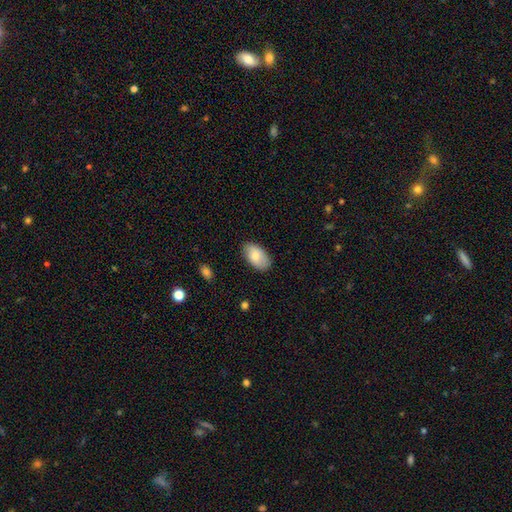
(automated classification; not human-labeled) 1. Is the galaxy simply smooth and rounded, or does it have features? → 81% smooth, 13% featured or disk, 6% star or artifact.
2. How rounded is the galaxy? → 94% in between, 5% round, 1% cigar-shaped.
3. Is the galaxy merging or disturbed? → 81% none, 15% minor disturbance, 3% major disturbance, 1% merger.